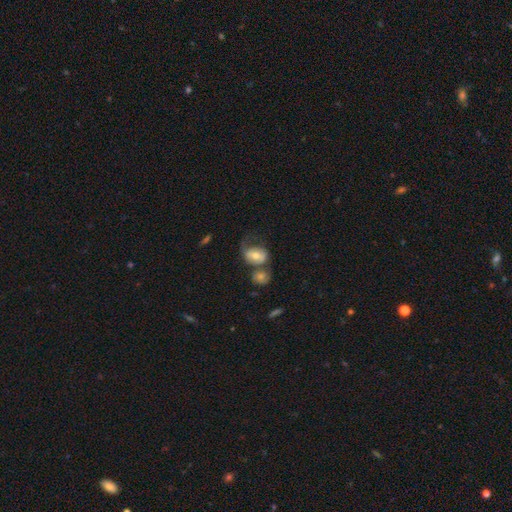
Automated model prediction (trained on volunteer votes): This is possibly a smooth galaxy (50%). How rounded: likely in between (67%). Merging: marginally merger (36%).